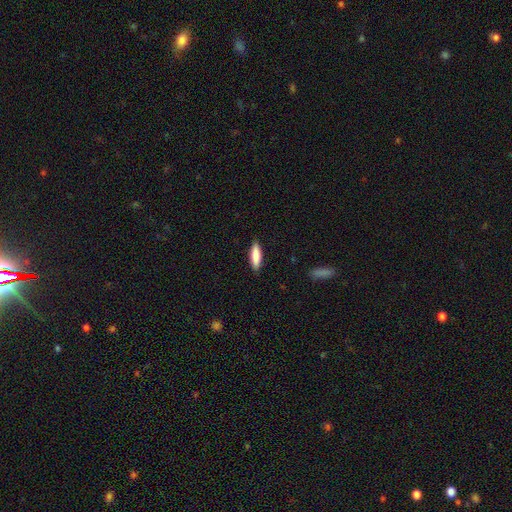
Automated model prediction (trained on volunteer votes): smooth-or-featured: smooth: 85% | featured or disk: 10% | star or artifact: 6%
  how-rounded: cigar-shaped: 58% | in between: 40% | round: 1%
  merging: none: 88% | minor disturbance: 9% | major disturbance: 2% | merger: 1%